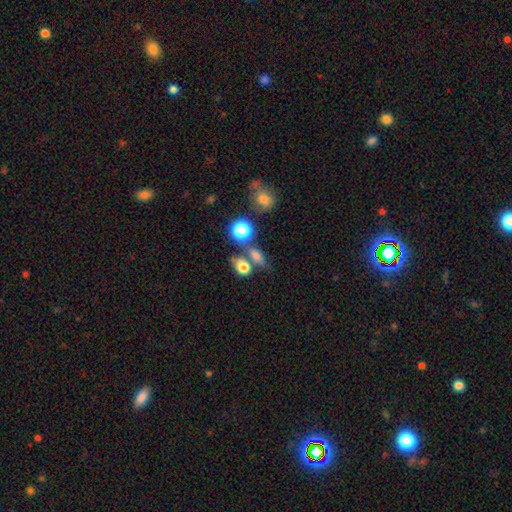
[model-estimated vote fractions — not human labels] This appears to be a smooth galaxy with no disk features (71%) that is in between round and cigar-shaped (61%). Merging: none (53%).